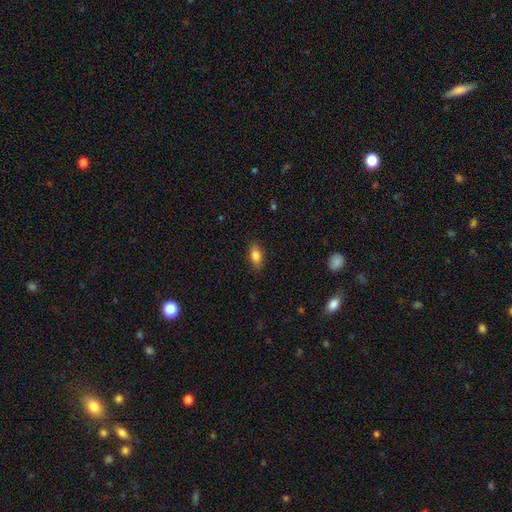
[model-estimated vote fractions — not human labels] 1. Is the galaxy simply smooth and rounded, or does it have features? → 84% smooth, 8% featured or disk, 8% star or artifact.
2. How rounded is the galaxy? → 88% in between, 8% cigar-shaped, 5% round.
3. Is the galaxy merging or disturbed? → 87% none, 10% minor disturbance, 2% major disturbance, 1% merger.